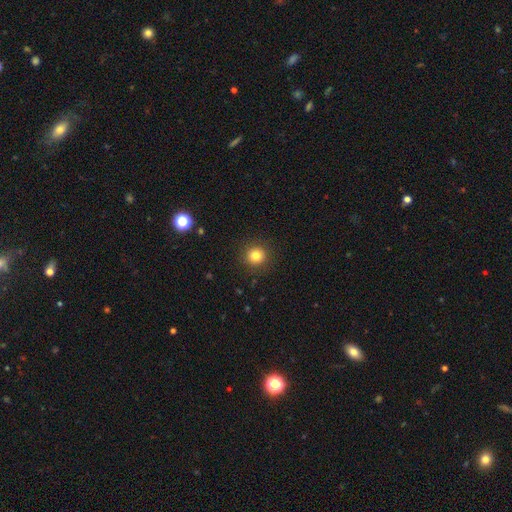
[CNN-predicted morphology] Smooth or featured?
  - smooth: 82% *
  - star or artifact: 12%
  - featured or disk: 6%
How rounded?
  - round: 92% *
  - in between: 7%
  - cigar-shaped: 1%
Merging?
  - none: 90% *
  - minor disturbance: 6%
  - major disturbance: 2%
  - merger: 1%